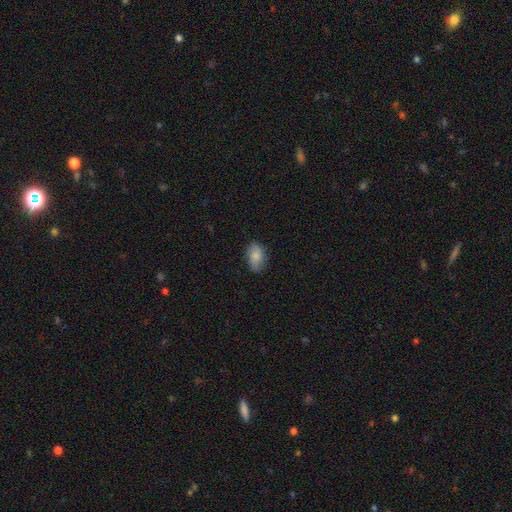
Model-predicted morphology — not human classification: A smooth galaxy with no disk features (80%) that is in between round and cigar-shaped (89%).

Vote fractions:
- Smooth or featured? smooth: 80% / featured or disk: 13% / star or artifact: 7%
- How rounded? in between: 89% / round: 8% / cigar-shaped: 2%
- Merging? none: 78% / minor disturbance: 17% / major disturbance: 3% / merger: 1%